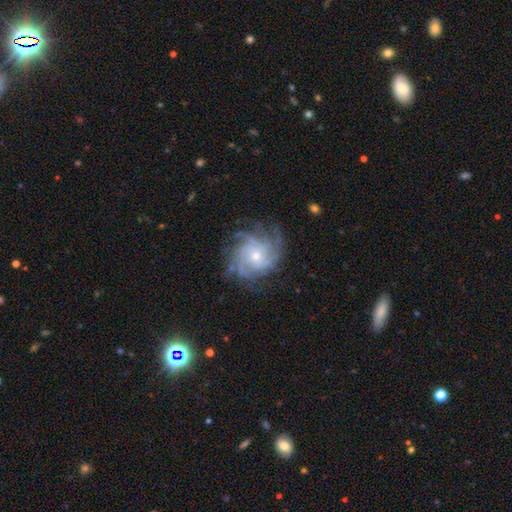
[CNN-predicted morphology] Smooth or featured? Predicted: featured or disk (p=0.83). Edge-on disk? Predicted: no (p=0.97). Bar? Predicted: no (p=0.79). Spiral arms? Predicted: yes (p=0.96). Spiral winding? Predicted: tight (p=0.56). Spiral arm count? Predicted: can't tell (p=0.26). Bulge size? Predicted: small (p=0.64). Merging? Predicted: none (p=0.73).